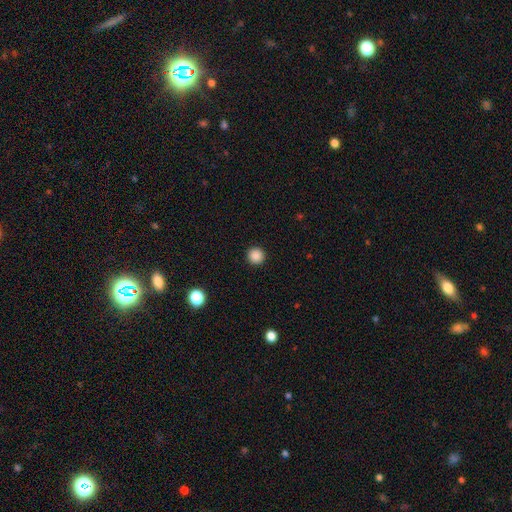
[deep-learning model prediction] The model was most divided on "smooth or featured": smooth: 87%, star or artifact: 10%, featured or disk: 2%. More confident: how rounded — round (96%); merging — none (93%).